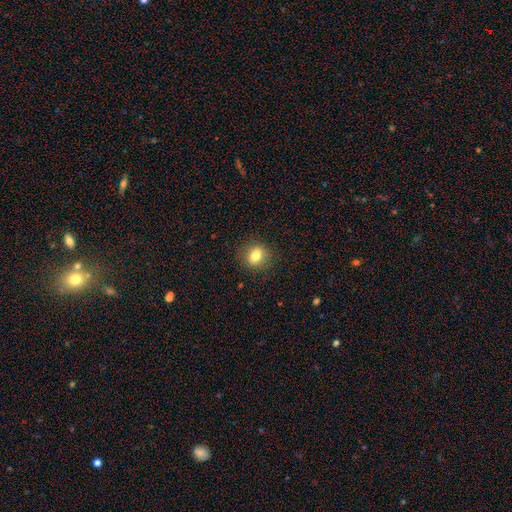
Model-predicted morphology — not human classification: Smooth or featured: smooth — 80% (star or artifact — 10%)
How rounded: round — 65% (in between — 34%)
Merging: none — 88% (minor disturbance — 8%)